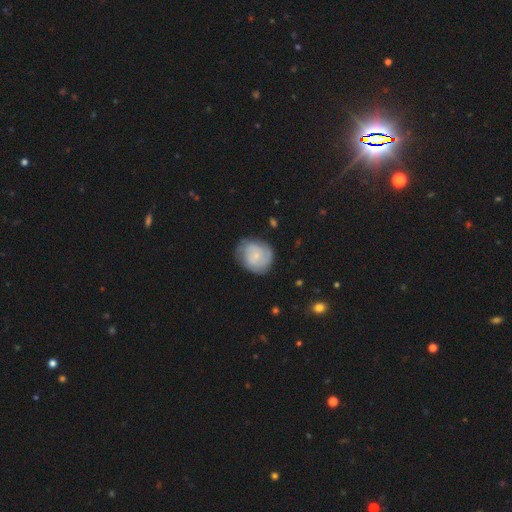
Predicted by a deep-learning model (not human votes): smooth_or_featured: featured or disk (p=0.53) [alt: smooth p=0.40]
disk_edge_on: no (p=0.98) [alt: yes p=0.02]
bar: no (p=0.71) [alt: weak p=0.25]
has_spiral_arms: yes (p=0.81) [alt: no p=0.19]
bulge_size: small (p=0.75) [alt: moderate p=0.16]
merging: none (p=0.66) [alt: minor disturbance p=0.24]